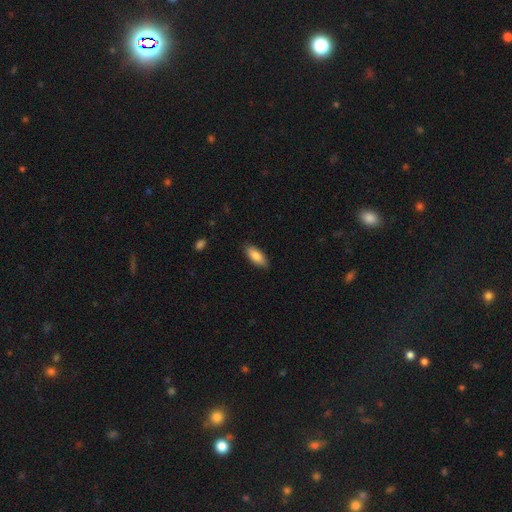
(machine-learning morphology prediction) This appears to be a smooth galaxy with no disk features (85%) that is in between round and cigar-shaped (82%). Merging: none (87%).